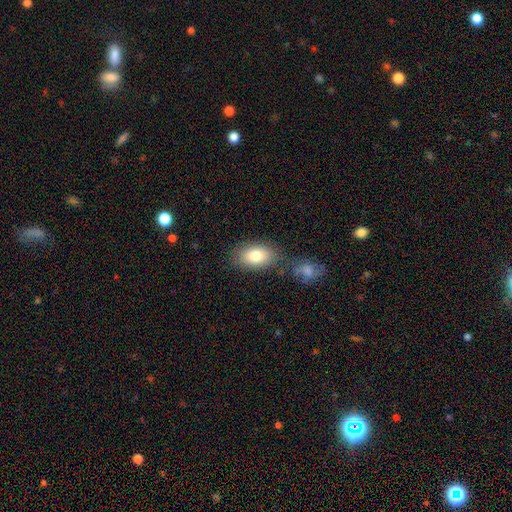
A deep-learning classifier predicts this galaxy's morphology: smooth-or-featured: smooth: 80% | featured or disk: 12% | star or artifact: 8%
  how-rounded: in between: 89% | round: 9% | cigar-shaped: 2%
  merging: none: 72% | minor disturbance: 13% | merger: 10% | major disturbance: 4%